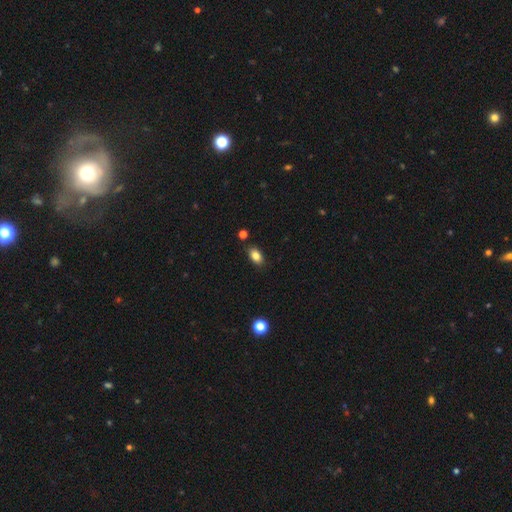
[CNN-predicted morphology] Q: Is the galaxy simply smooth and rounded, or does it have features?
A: smooth — 84%.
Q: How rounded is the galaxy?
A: in between — 88%.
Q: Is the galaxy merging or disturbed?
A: none — 84%.